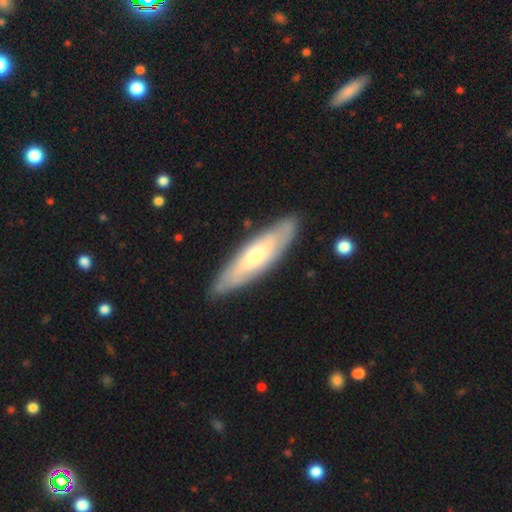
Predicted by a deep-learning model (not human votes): featured or disk 52%, smooth 42%, star or artifact 6%. Down the decision tree: edge-on disk — yes (52%); merging — none (86%).